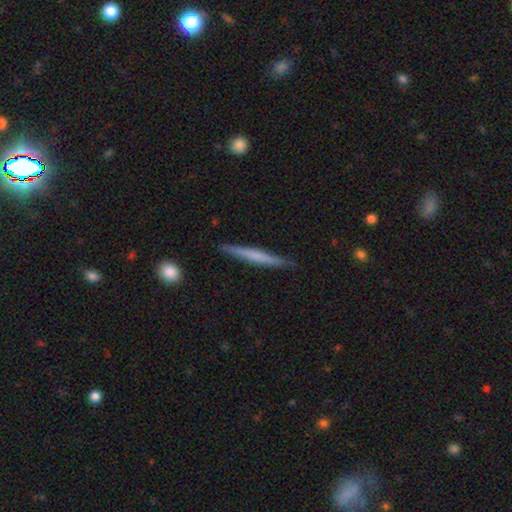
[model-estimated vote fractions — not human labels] This appears to be a smooth galaxy with no disk features (51%) that is cigar-shaped (96%). Merging: none (89%).